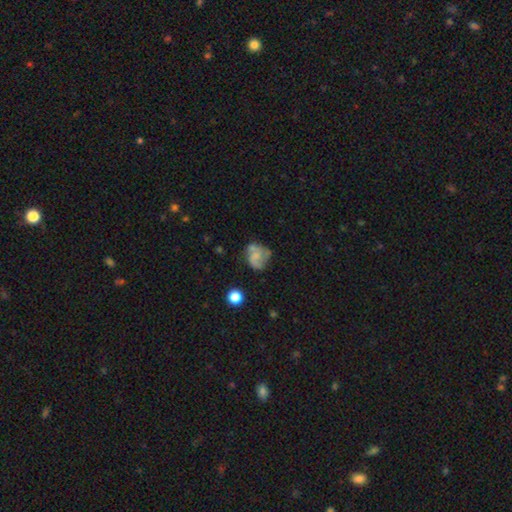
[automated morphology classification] Q: Smooth or featured?
A: featured or disk (56%); runner-up: smooth (35%)
Q: Edge-on disk?
A: no (98%); runner-up: yes (2%)
Q: Bar?
A: no (67%); runner-up: weak (27%)
Q: Spiral arms?
A: yes (76%); runner-up: no (24%)
Q: Bulge size?
A: none (49%); runner-up: small (30%)
Q: Merging?
A: none (50%); runner-up: minor disturbance (25%)